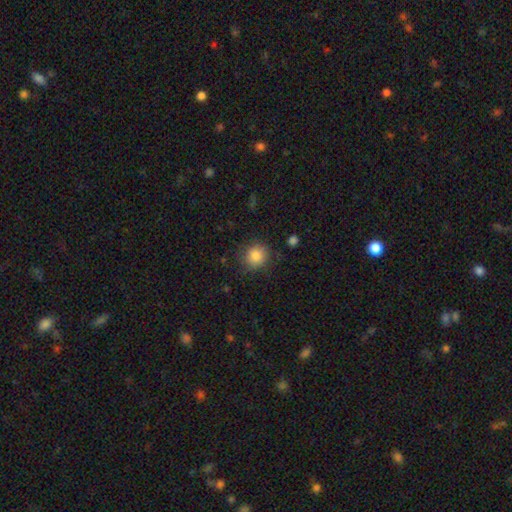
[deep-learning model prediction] smooth 84%, star or artifact 10%, featured or disk 6%. Down the decision tree: how rounded — round (87%); merging — none (81%).